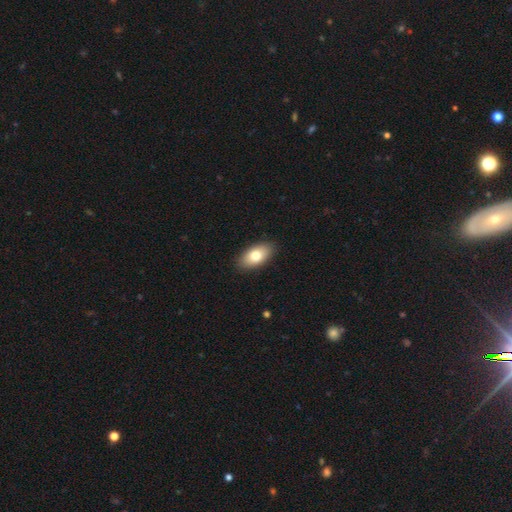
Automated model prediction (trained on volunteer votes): Overall: smooth (77%). How rounded: in between (92%). Merging: none (89%).